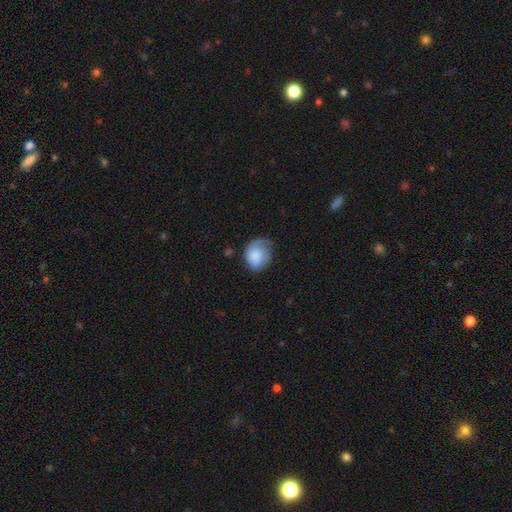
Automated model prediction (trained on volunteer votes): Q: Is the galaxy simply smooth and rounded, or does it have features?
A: smooth — 78%.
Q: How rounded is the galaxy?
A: round — 54%.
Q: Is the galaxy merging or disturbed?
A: none — 40%.